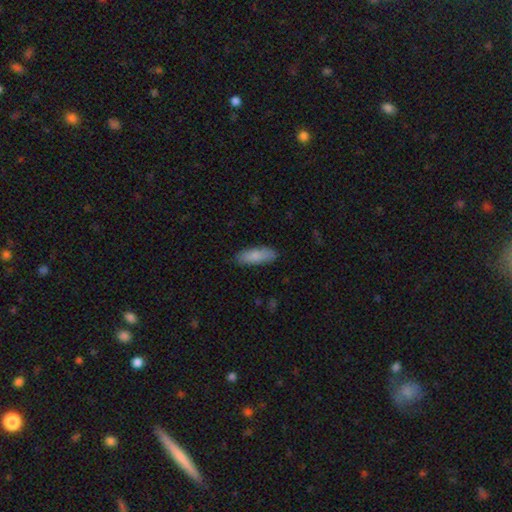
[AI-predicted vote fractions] The model was most divided on "how rounded": in between: 59%, cigar-shaped: 39%, round: 2%. More confident: merging — none (86%); smooth or featured — smooth (85%).